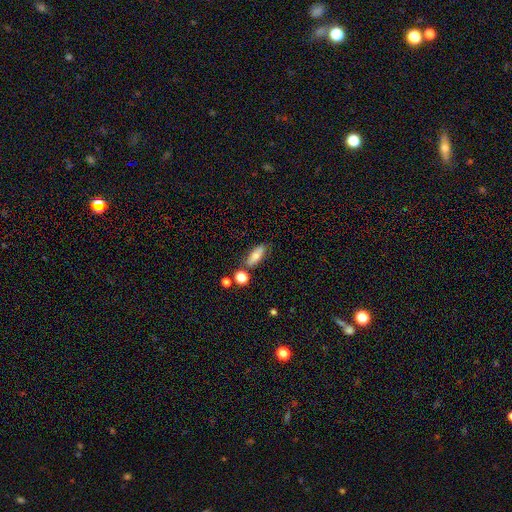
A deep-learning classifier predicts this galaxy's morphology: This is likely a smooth galaxy (70%). How rounded: likely in between (66%). Merging: likely none (72%).